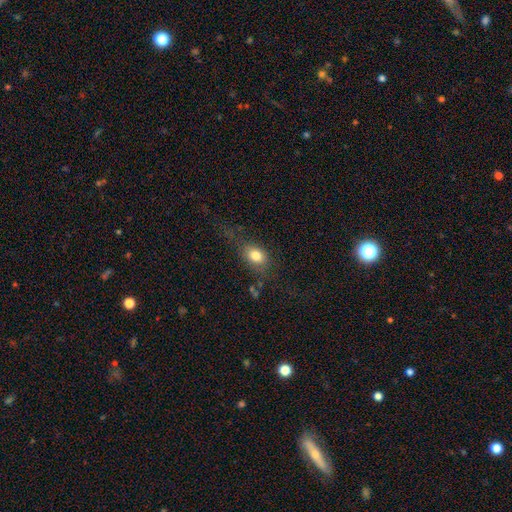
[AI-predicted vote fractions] Overall: smooth (79%). How rounded: in between (69%). Merging: none (62%).